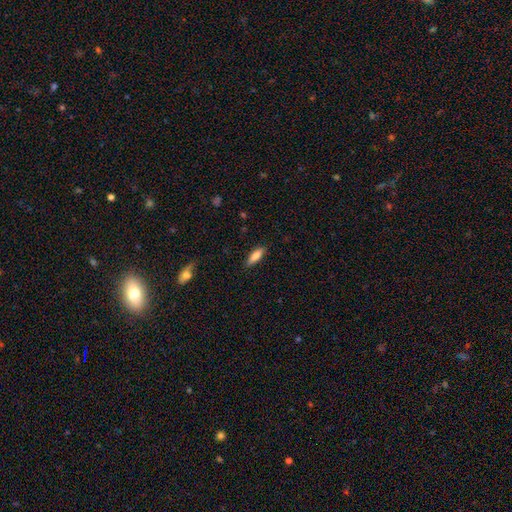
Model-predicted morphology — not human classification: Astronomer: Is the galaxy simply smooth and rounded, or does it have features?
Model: smooth — 78%.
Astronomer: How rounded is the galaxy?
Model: in between — 50% (runner-up: cigar-shaped, 48%).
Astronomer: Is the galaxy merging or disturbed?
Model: none — 86%.